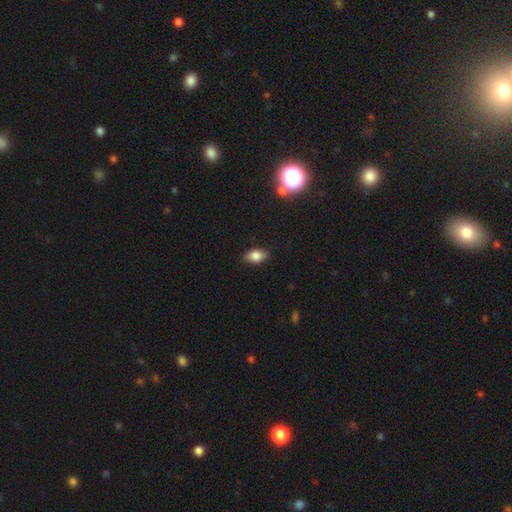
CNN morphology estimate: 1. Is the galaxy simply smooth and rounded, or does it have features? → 82% smooth, 9% star or artifact, 8% featured or disk.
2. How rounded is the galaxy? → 88% in between, 9% round, 3% cigar-shaped.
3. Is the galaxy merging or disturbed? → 86% none, 11% minor disturbance, 2% major disturbance, 1% merger.